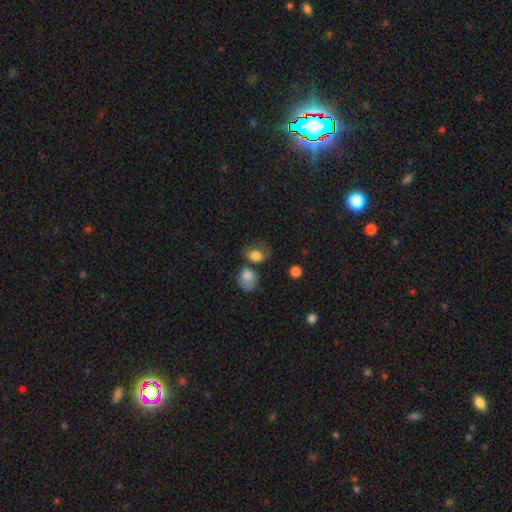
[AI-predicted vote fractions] smooth_or_featured: smooth (p=0.79) [alt: featured or disk p=0.12]
how_rounded: in between (p=0.52) [alt: round p=0.47]
merging: none (p=0.38) [alt: merger p=0.24]